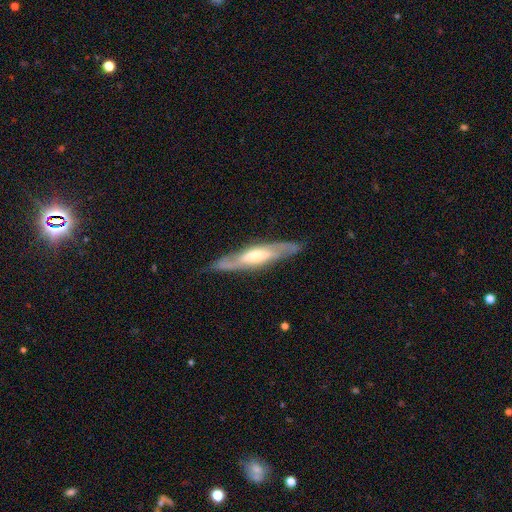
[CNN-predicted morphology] A featured or disk galaxy (71%) viewed edge-on (55%).

Vote fractions:
- Smooth or featured? featured or disk: 71% / smooth: 24% / star or artifact: 5%
- Edge-on disk? yes: 55% / no: 45%
- Merging? none: 82% / minor disturbance: 13% / major disturbance: 3% / merger: 1%